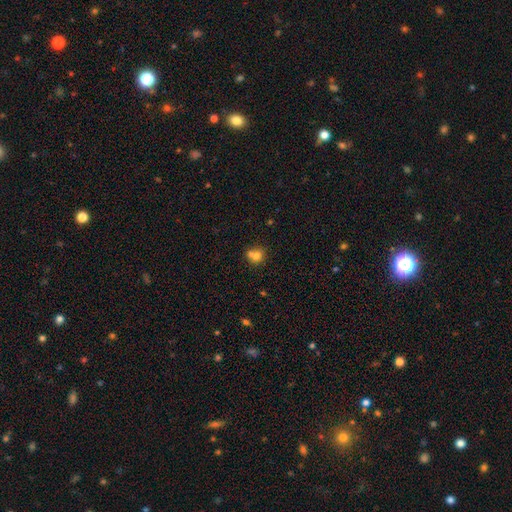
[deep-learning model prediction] Overall: smooth (73%). How rounded: round (75%). Merging: merger (48%; none 38%).